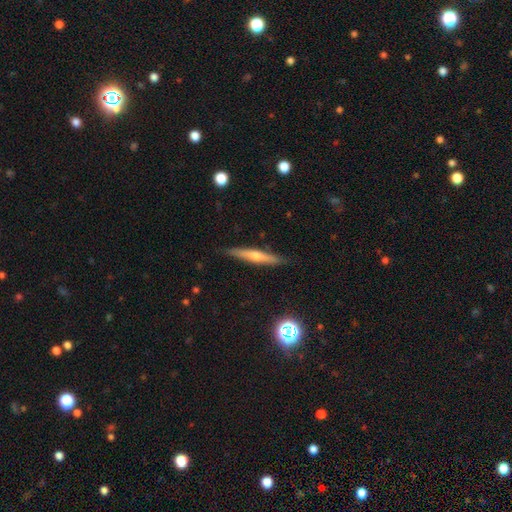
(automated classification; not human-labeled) featured or disk 56%, smooth 37%, star or artifact 8%. Down the decision tree: edge-on disk — yes (96%); edge-on bulge — rounded (75%); merging — none (89%).